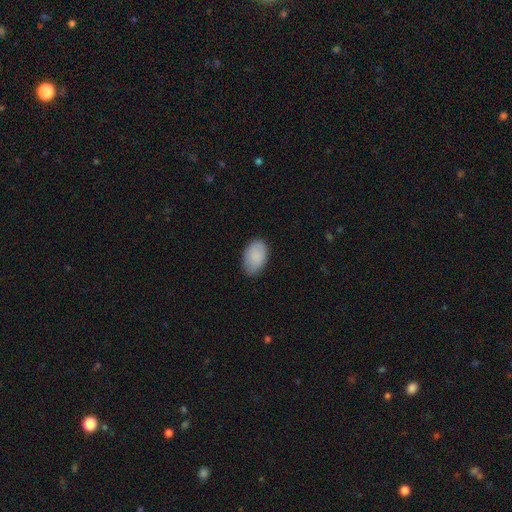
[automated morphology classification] type=smooth (89%); roundness=in between (92%); merging=none (76%).